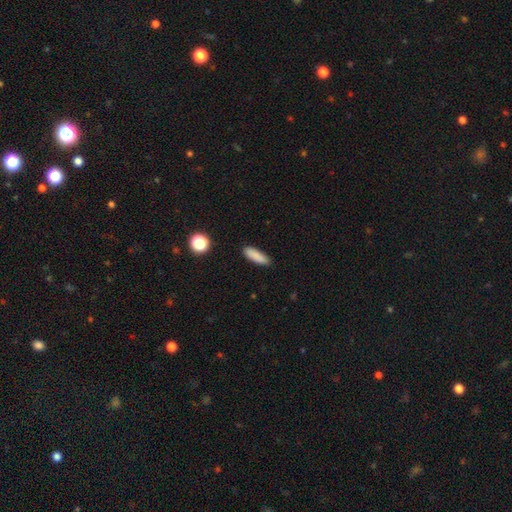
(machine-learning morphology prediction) A smooth galaxy with no disk features (86%) that is in between round and cigar-shaped (49%, tied with cigar-shaped).

Vote fractions:
- Smooth or featured? smooth: 86% / star or artifact: 8% / featured or disk: 6%
- How rounded? in between: 49% (tied) / cigar-shaped: 49% (tied) / round: 2%
- Merging? none: 86% / minor disturbance: 10% / major disturbance: 2% / merger: 2%